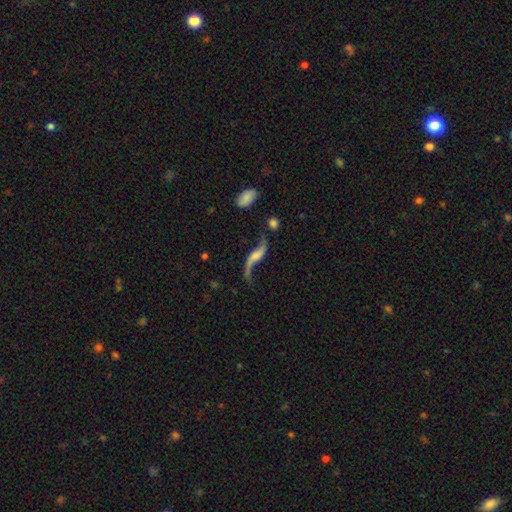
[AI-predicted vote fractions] The model was most divided on "bulge size": none: 34%, small: 28%, moderate: 25%, large: 10%, dominant: 3%. Remaining: spiral winding — loose (95%); spiral arms — yes (93%); spiral arm count — 2 (91%); edge-on disk — no (87%); smooth or featured — featured or disk (83%); merging — none (57%); bar — no (48%).